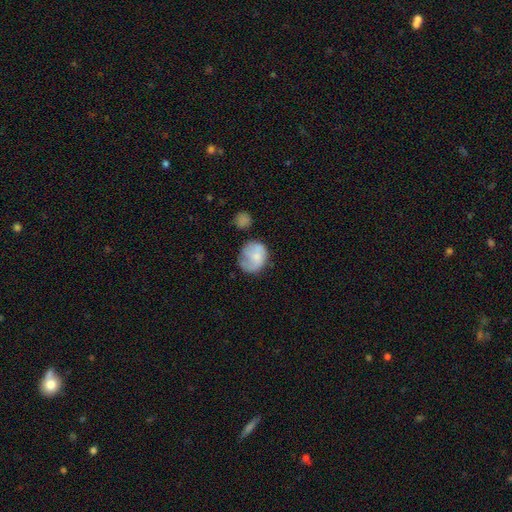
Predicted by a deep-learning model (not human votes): Smooth or featured?
  - smooth: 63% *
  - featured or disk: 30%
  - star or artifact: 8%
How rounded?
  - round: 68% *
  - in between: 31%
  - cigar-shaped: 1%
Merging?
  - none: 48% *
  - minor disturbance: 28%
  - major disturbance: 17%
  - merger: 6%